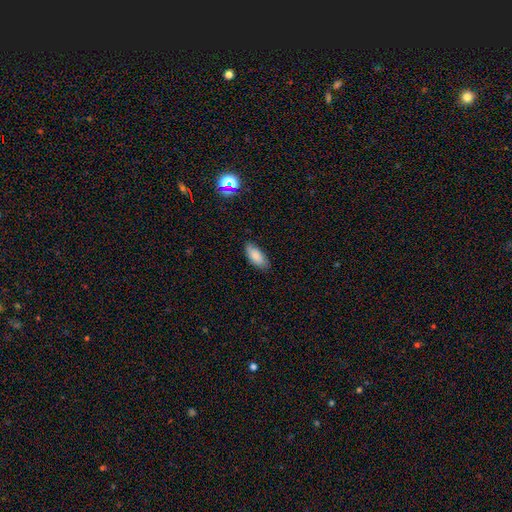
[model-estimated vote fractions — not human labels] Smooth or featured? Predicted: smooth (p=0.85). How rounded? Predicted: in between (p=0.86). Merging? Predicted: none (p=0.81).